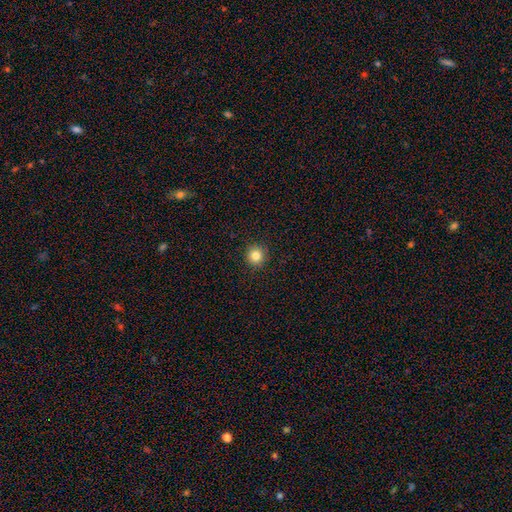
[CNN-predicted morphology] Smooth or featured? Predicted: smooth (p=0.82). How rounded? Predicted: round (p=0.93). Merging? Predicted: none (p=0.92).